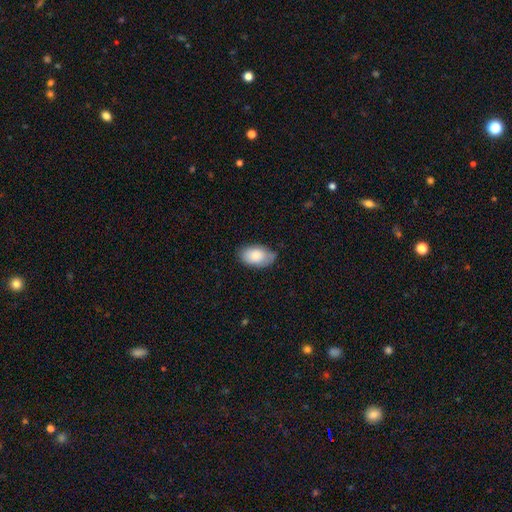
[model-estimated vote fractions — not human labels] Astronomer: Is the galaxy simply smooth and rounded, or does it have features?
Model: smooth — 84%.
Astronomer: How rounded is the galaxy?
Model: in between — 93%.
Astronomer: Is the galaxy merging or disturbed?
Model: none — 67%.